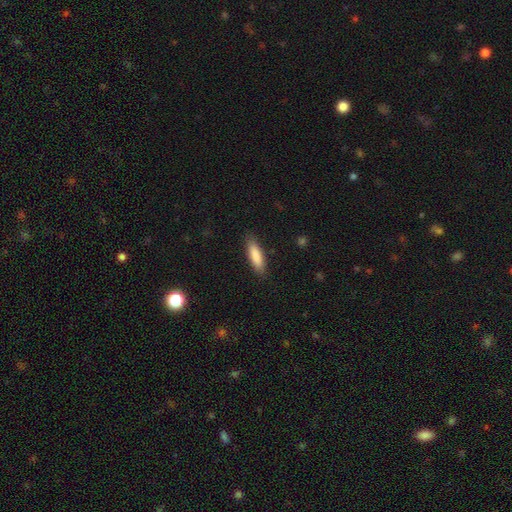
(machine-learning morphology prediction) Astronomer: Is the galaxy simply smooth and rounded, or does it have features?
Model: smooth — 86%.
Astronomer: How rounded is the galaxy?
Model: cigar-shaped — 59% (runner-up: in between, 39%).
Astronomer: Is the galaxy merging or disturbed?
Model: none — 86%.